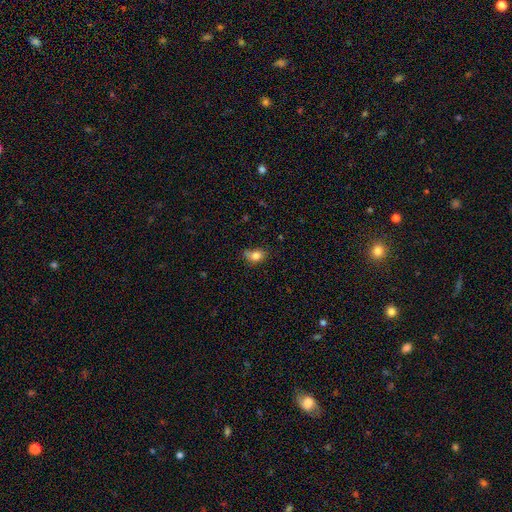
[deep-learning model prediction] The model was most divided on "merging": none: 54%, minor disturbance: 32%, major disturbance: 9%, merger: 5%. More confident: smooth or featured — smooth (81%); how rounded — in between (66%).